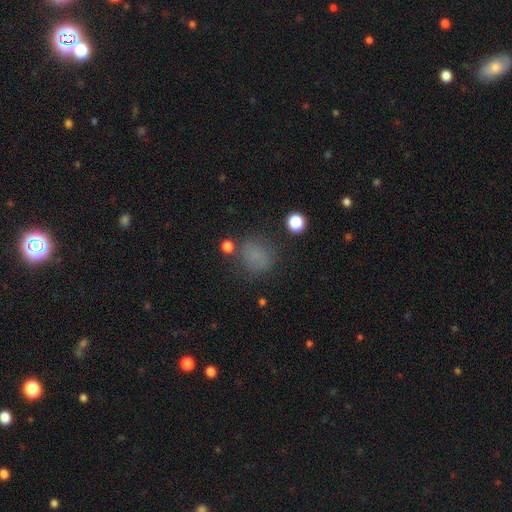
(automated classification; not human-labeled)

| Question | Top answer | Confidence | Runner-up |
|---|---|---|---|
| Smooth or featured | smooth | 72% | star or artifact (20%) |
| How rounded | round | 66% | in between (33%) |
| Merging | none | 72% | minor disturbance (16%) |